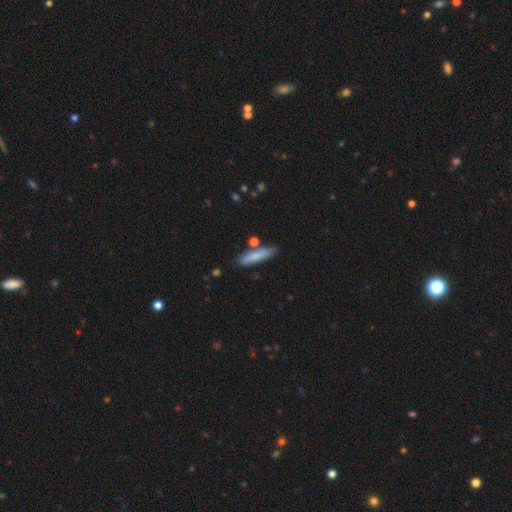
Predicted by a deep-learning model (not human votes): smooth_or_featured: smooth (p=0.79) [alt: featured or disk p=0.15]
how_rounded: cigar-shaped (p=0.77) [alt: in between p=0.21]
merging: none (p=0.79) [alt: minor disturbance p=0.12]